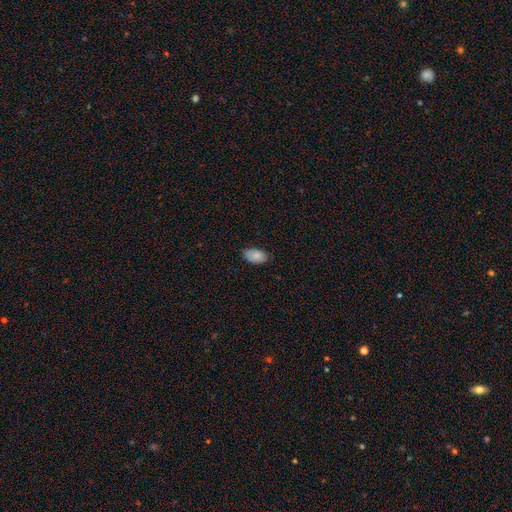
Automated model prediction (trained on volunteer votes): A smooth galaxy with no disk features (85%) that is in between round and cigar-shaped (93%).

Vote fractions:
- Smooth or featured? smooth: 85% / featured or disk: 7% / star or artifact: 7%
- How rounded? in between: 93% / round: 5% / cigar-shaped: 1%
- Merging? none: 76% / minor disturbance: 20% / major disturbance: 3% / merger: 1%